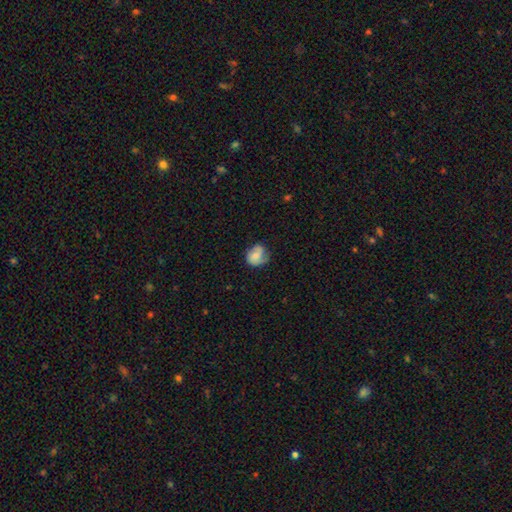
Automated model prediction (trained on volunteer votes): Smooth or featured: smooth — 57% (featured or disk — 36%)
How rounded: round — 62% (in between — 37%)
Merging: none — 51% (minor disturbance — 32%)